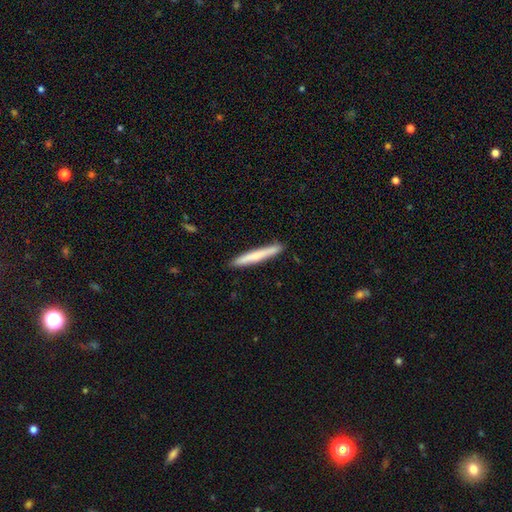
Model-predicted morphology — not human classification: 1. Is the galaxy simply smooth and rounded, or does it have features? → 65% smooth, 29% featured or disk, 5% star or artifact.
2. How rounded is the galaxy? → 96% cigar-shaped, 2% in between, 1% round.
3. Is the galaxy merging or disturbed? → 90% none, 7% minor disturbance, 1% major disturbance, 1% merger.